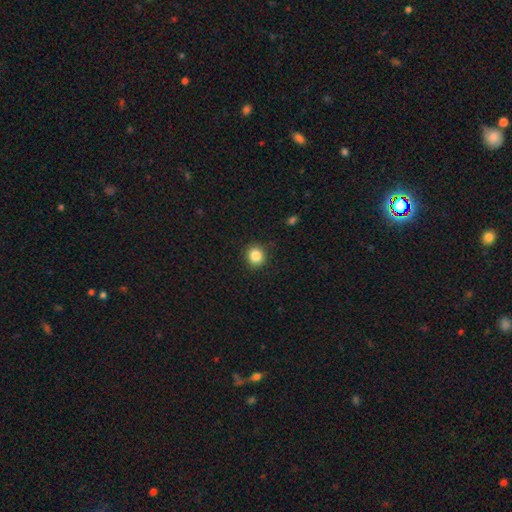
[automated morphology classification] This appears to be a smooth galaxy with no disk features (85%) that is round (86%). Merging: none (89%).